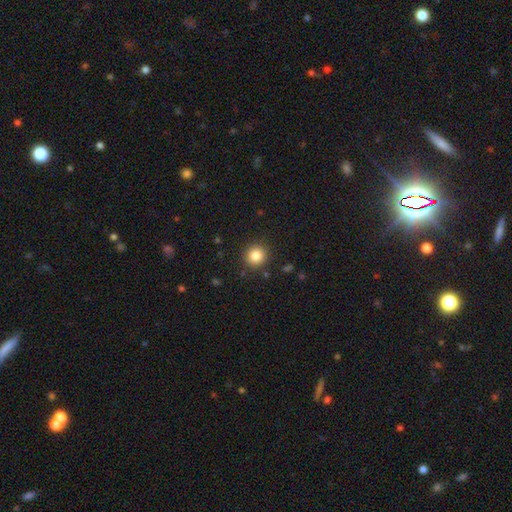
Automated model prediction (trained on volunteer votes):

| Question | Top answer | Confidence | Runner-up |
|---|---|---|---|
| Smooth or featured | smooth | 84% | star or artifact (11%) |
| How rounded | round | 92% | in between (7%) |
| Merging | none | 89% | minor disturbance (7%) |